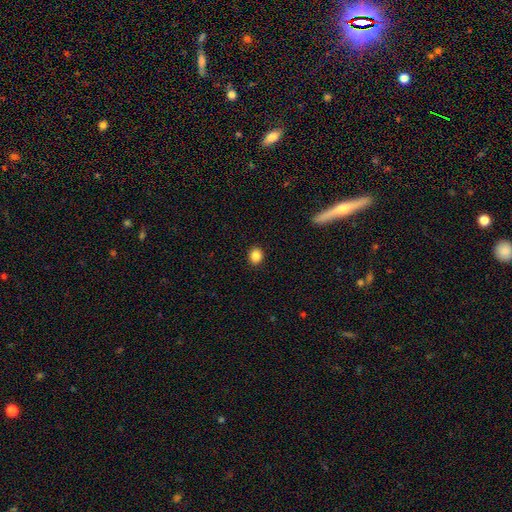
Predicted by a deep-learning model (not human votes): This appears to be a smooth galaxy with no disk features (87%) that is round (63%). Merging: none (91%).